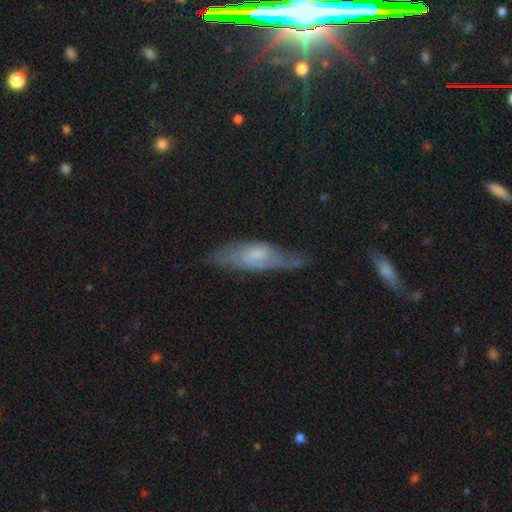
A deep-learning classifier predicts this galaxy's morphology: This appears to be a featured or disk galaxy (51%). Merging: none (52%).